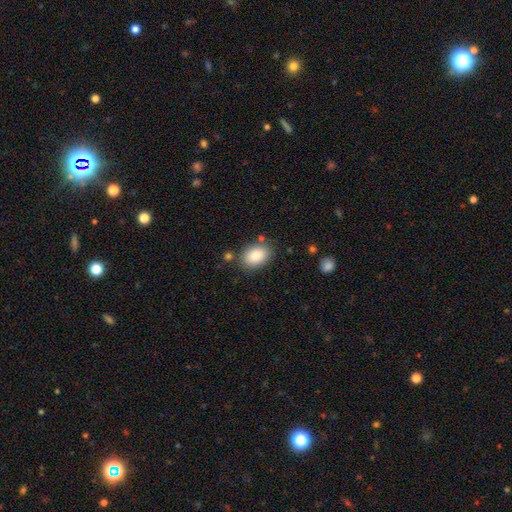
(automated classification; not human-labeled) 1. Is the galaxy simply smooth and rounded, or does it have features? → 87% smooth, 7% star or artifact, 6% featured or disk.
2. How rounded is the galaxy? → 80% in between, 19% round, 1% cigar-shaped.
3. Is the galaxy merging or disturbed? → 80% none, 12% minor disturbance, 4% merger, 3% major disturbance.